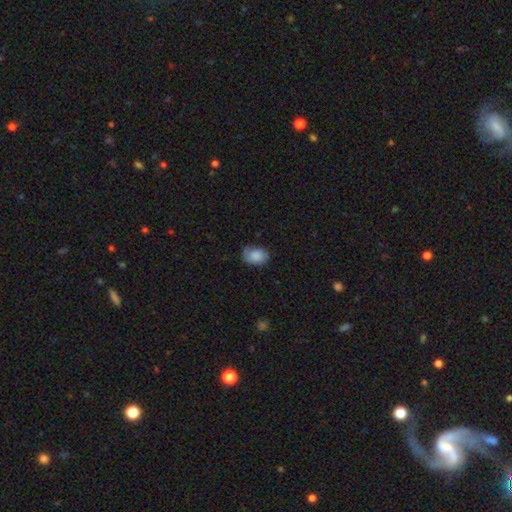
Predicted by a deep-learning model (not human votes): smooth 84%, featured or disk 9%, star or artifact 8%. Down the decision tree: how rounded — in between (75%); merging — none (67%).